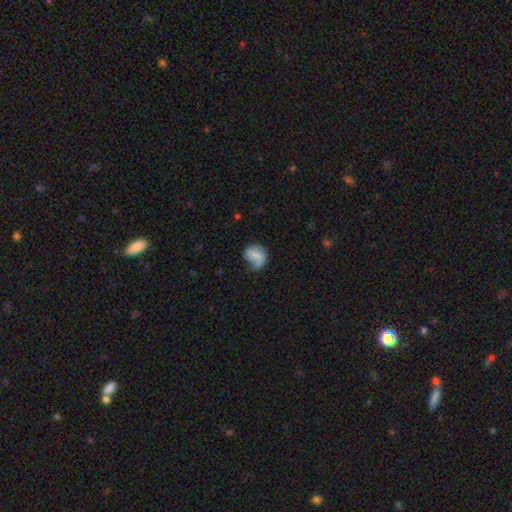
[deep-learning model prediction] Smooth or featured: smooth — 66% (featured or disk — 26%)
How rounded: round — 65% (in between — 34%)
Merging: none — 43% (minor disturbance — 35%)